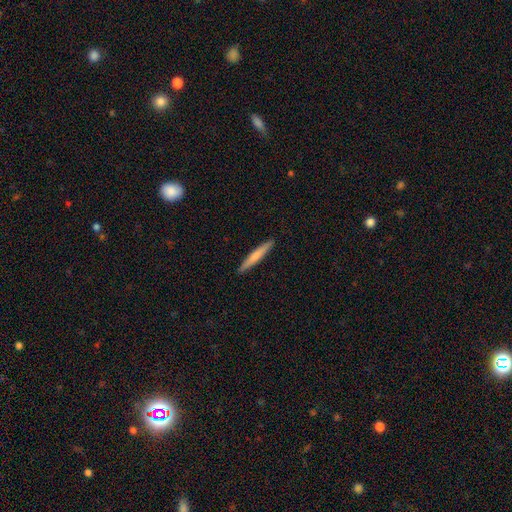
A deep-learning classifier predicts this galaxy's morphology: This appears to be a smooth galaxy with no disk features (64%) that is cigar-shaped (96%). Merging: none (92%).